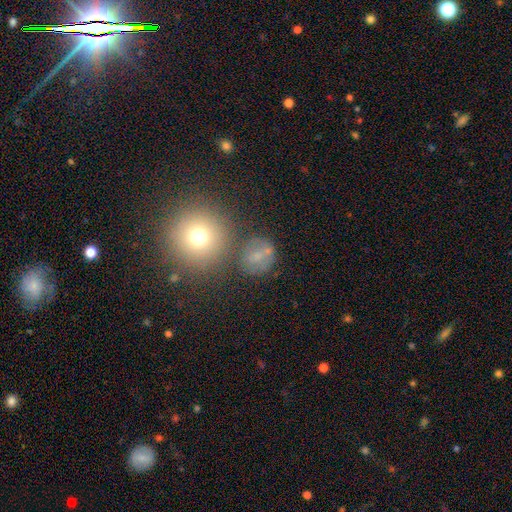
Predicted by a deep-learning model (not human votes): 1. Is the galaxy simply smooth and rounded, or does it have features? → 59% smooth, 23% featured or disk, 18% star or artifact.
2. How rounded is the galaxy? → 83% round, 16% in between, 1% cigar-shaped.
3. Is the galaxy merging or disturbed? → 66% none, 15% minor disturbance, 11% merger, 8% major disturbance.